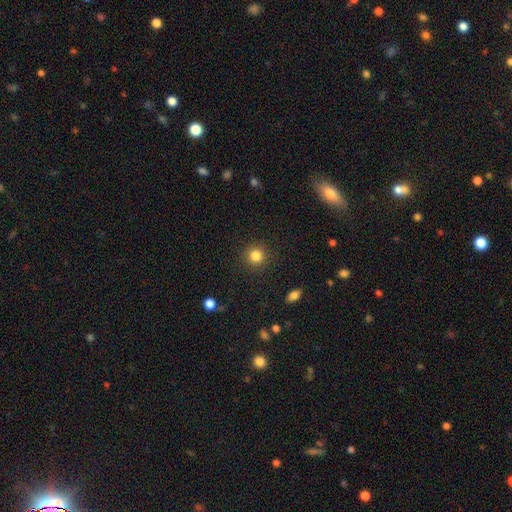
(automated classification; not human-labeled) Smooth or featured?
  - smooth: 84% *
  - star or artifact: 11%
  - featured or disk: 5%
How rounded?
  - round: 93% *
  - in between: 6%
  - cigar-shaped: 1%
Merging?
  - none: 91% *
  - minor disturbance: 6%
  - major disturbance: 3%
  - merger: 1%